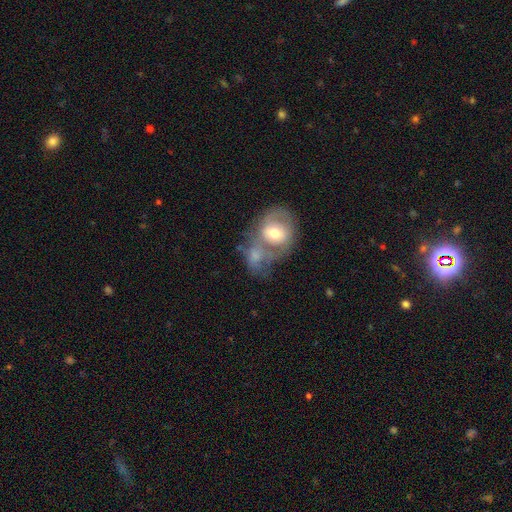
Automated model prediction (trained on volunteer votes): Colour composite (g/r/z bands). It shows a smooth galaxy with no disk features (53%) that is in between round and cigar-shaped (52%). Merging: merger (53%).